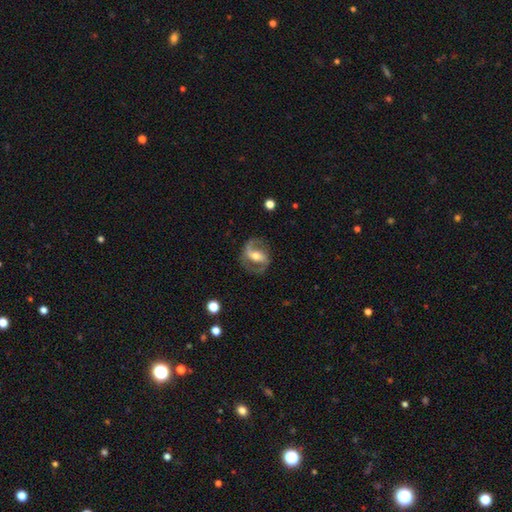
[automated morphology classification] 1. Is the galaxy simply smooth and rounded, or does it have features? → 81% featured or disk, 13% smooth, 6% star or artifact.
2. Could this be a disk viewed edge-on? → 96% no, 4% yes.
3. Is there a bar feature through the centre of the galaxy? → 45% strong, 35% weak, 20% no.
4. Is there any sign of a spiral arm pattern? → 89% yes, 11% no.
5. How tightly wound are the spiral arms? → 50% medium, 30% loose, 21% tight.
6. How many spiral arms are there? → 87% 2, 5% can't tell, 5% 1, 1% 3, 1% 4, 1% more than 4.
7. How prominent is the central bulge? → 62% moderate, 30% small, 6% large, 2% none, 1% dominant.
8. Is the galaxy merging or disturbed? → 75% none, 14% minor disturbance, 9% major disturbance, 1% merger.